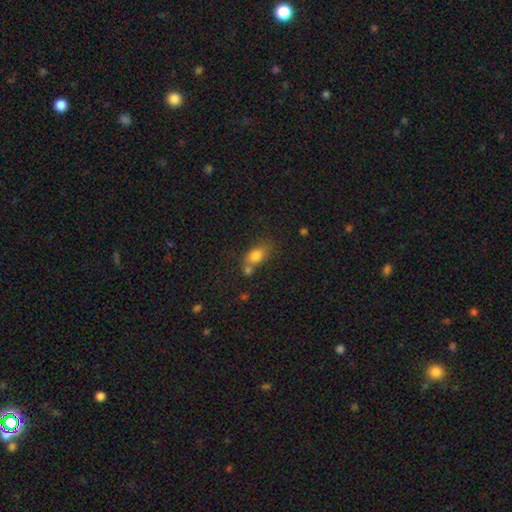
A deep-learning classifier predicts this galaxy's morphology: Smooth or featured?
  - smooth: 80% *
  - featured or disk: 10%
  - star or artifact: 10%
How rounded?
  - in between: 79% *
  - round: 17%
  - cigar-shaped: 5%
Merging?
  - none: 42% *
  - merger: 36%
  - minor disturbance: 15%
  - major disturbance: 7%